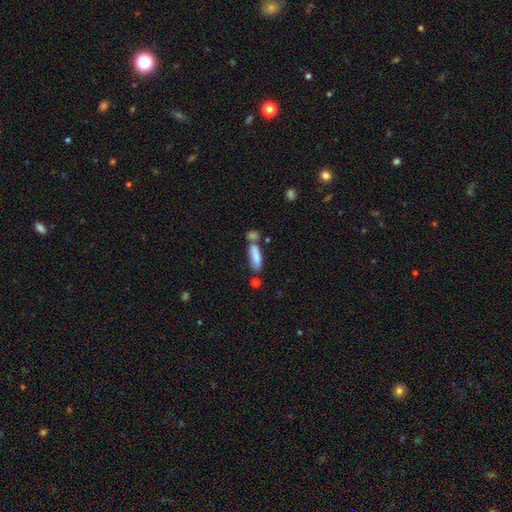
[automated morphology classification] A smooth galaxy with no disk features (76%) that is in between round and cigar-shaped (52%). Merging: none (48%).